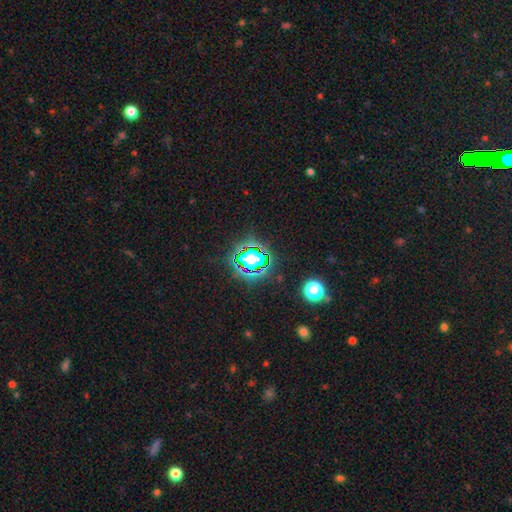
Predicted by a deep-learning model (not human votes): Overall: star or artifact (63%; smooth 26%).